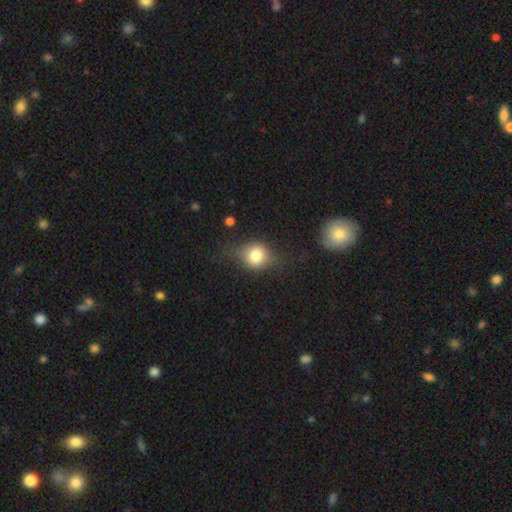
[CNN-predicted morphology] Smooth or featured?
  - smooth: 72% *
  - featured or disk: 17%
  - star or artifact: 10%
How rounded?
  - round: 68% *
  - in between: 30%
  - cigar-shaped: 2%
Merging?
  - none: 62% *
  - minor disturbance: 24%
  - major disturbance: 11%
  - merger: 3%